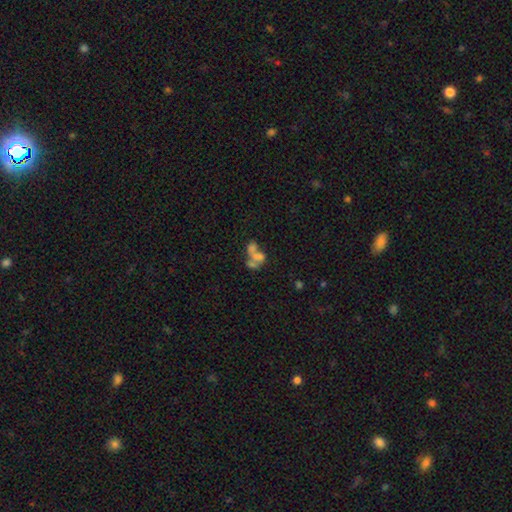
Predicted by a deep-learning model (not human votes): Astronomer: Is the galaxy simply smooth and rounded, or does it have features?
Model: smooth — 43% (runner-up: featured or disk, 40%).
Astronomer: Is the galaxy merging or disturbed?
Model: merger — 61%.